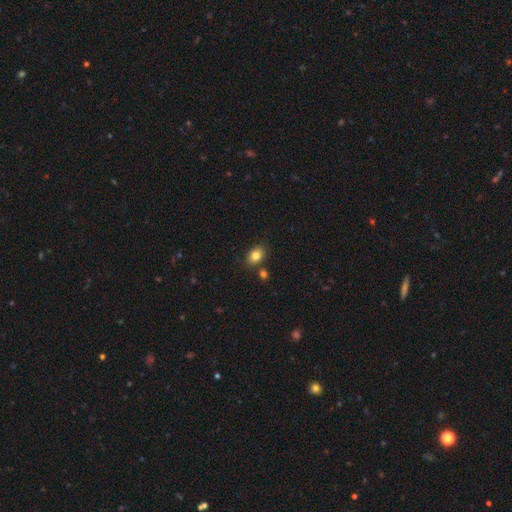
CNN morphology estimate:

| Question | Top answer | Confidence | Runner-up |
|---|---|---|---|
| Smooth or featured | smooth | 83% | star or artifact (9%) |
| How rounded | in between | 79% | round (20%) |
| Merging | none | 79% | minor disturbance (11%) |